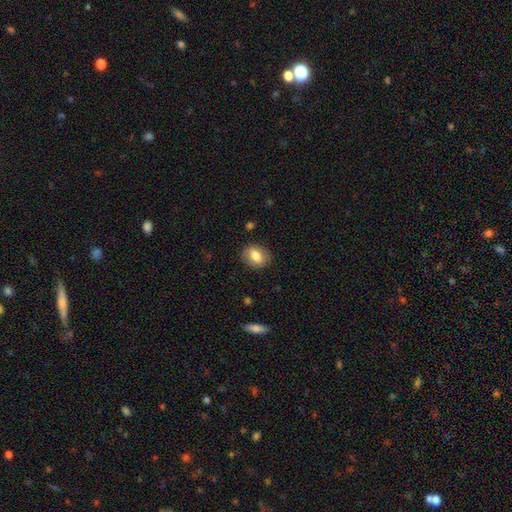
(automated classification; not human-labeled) Overall: smooth (79%). How rounded: in between (67%; round 32%). Merging: none (85%).